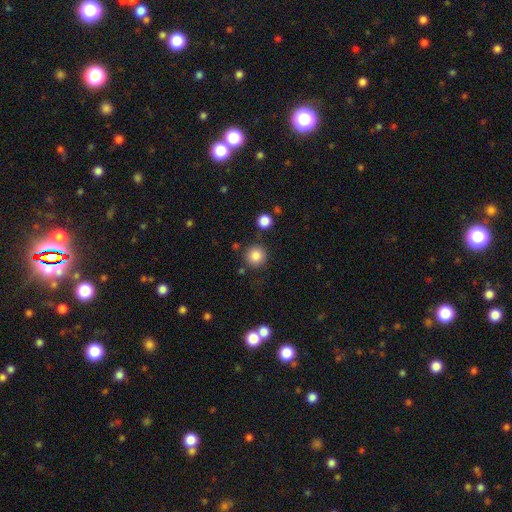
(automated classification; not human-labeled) smooth_or_featured: smooth (p=0.85) [alt: star or artifact p=0.10]
how_rounded: round (p=0.94) [alt: in between p=0.05]
merging: none (p=0.84) [alt: minor disturbance p=0.08]